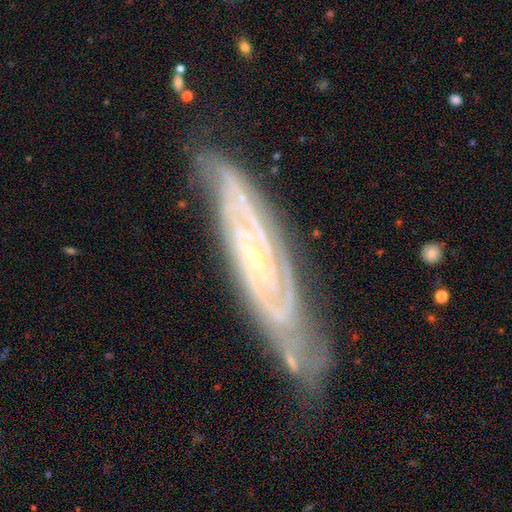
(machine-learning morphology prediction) This is clearly a featured or disk galaxy (86%). It is likely not viewed edge-on (79%). Bar: likely no (65%). Spiral arm pattern: clearly yes (96%). Spiral arm count: marginally can't tell (33%). Spiral winding: likely tight (72%). Central bulge: clearly small (85%). Merging: likely none (70%).